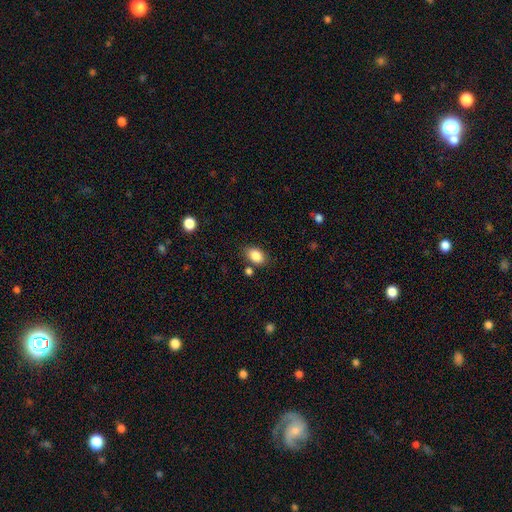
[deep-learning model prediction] Smooth or featured: smooth — 86% (star or artifact — 8%)
How rounded: in between — 85% (round — 14%)
Merging: none — 78% (minor disturbance — 13%)